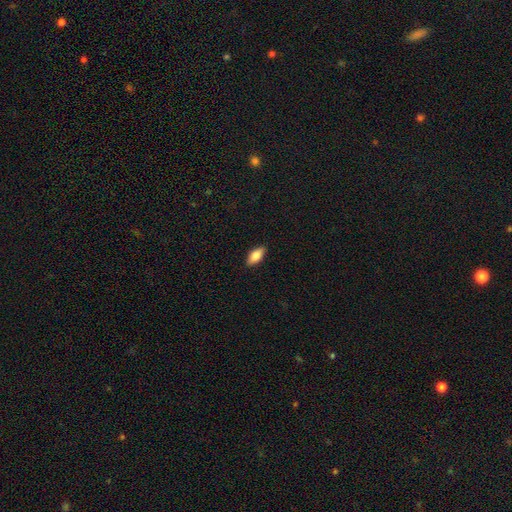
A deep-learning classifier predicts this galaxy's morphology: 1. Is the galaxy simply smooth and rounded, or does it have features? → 80% smooth, 14% featured or disk, 6% star or artifact.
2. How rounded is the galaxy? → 85% in between, 12% cigar-shaped, 3% round.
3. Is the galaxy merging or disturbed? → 88% none, 9% minor disturbance, 2% major disturbance, 1% merger.